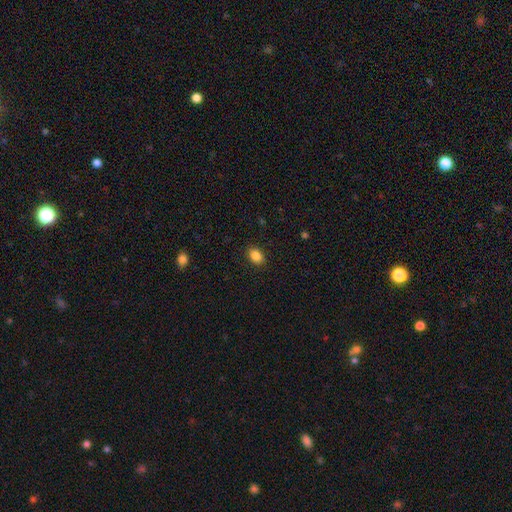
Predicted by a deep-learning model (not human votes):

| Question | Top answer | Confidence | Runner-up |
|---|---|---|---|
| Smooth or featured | smooth | 86% | star or artifact (9%) |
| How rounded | in between | 78% | round (21%) |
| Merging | none | 89% | minor disturbance (8%) |